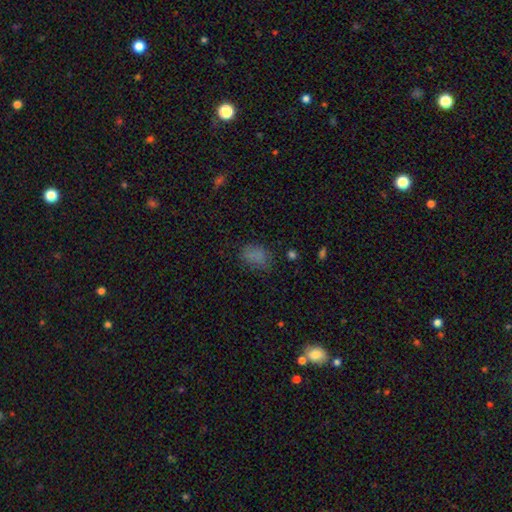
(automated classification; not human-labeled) Smooth or featured? Predicted: smooth (p=0.75). How rounded? Predicted: in between (p=0.81). Merging? Predicted: none (p=0.62).